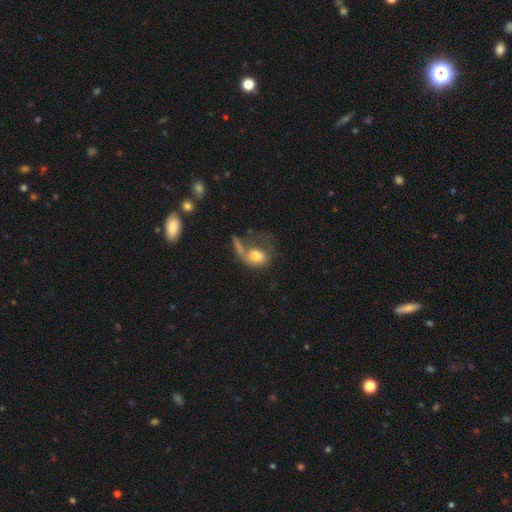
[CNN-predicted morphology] This is likely a smooth galaxy (62%). How rounded: likely in between (68%). Merging: marginally major disturbance (42%).